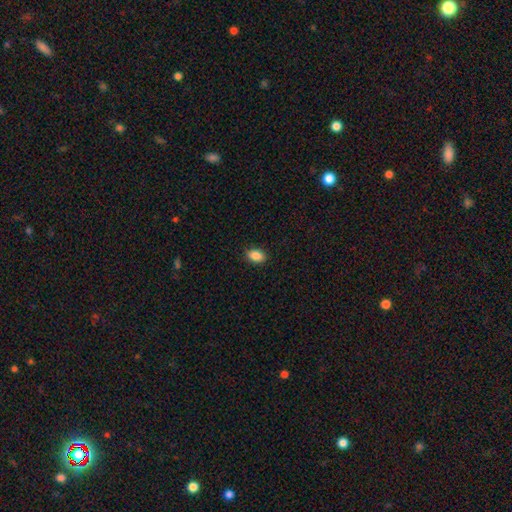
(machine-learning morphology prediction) A smooth galaxy with no disk features (88%) that is in between round and cigar-shaped (86%). Merging: none (89%).